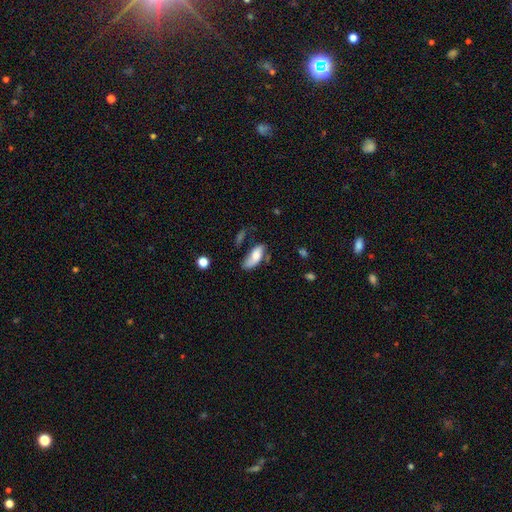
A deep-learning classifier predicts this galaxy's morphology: This is likely a smooth galaxy (70%). How rounded: clearly in between (82%). Merging: marginally none (43%).